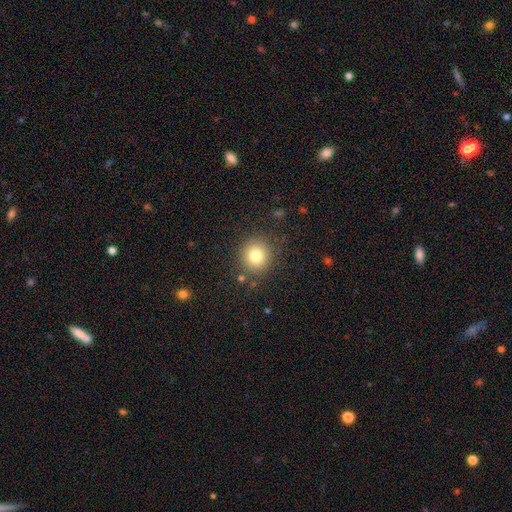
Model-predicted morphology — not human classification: type=smooth (79%); roundness=round (90%); merging=none (86%).